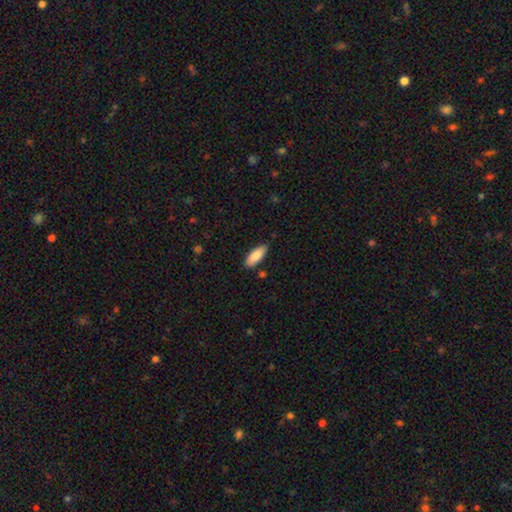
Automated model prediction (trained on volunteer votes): A smooth galaxy with no disk features (85%) that is in between round and cigar-shaped (71%). Merging: none (82%).